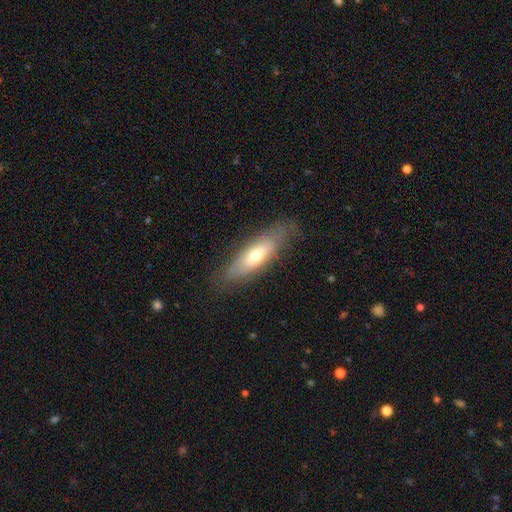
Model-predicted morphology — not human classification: smooth 54%, featured or disk 39%, star or artifact 7%. Down the decision tree: how rounded — in between (54%); merging — none (74%).